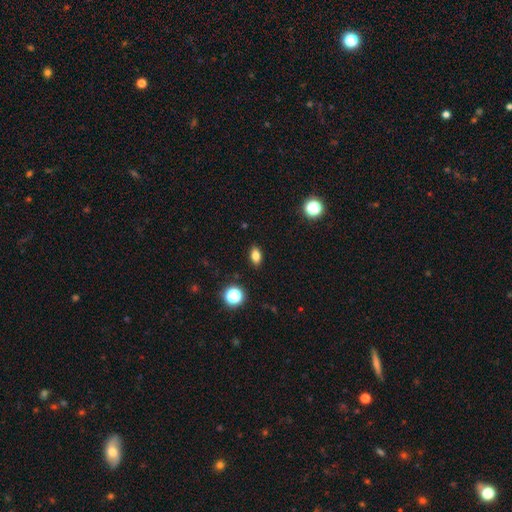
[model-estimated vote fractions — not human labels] smooth 80%, star or artifact 12%, featured or disk 8%. Down the decision tree: how rounded — in between (83%); merging — none (89%).